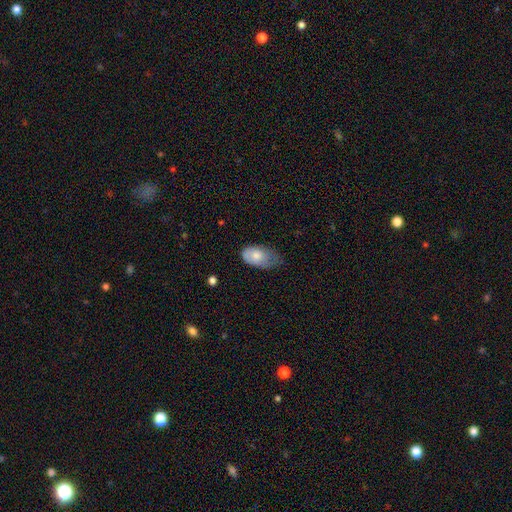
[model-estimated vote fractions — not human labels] A smooth galaxy with no disk features (71%) that is in between round and cigar-shaped (93%).

Vote fractions:
- Smooth or featured? smooth: 71% / featured or disk: 23% / star or artifact: 6%
- How rounded? in between: 93% / round: 6% / cigar-shaped: 2%
- Merging? minor disturbance: 44% / none: 37% / major disturbance: 17% / merger: 2%